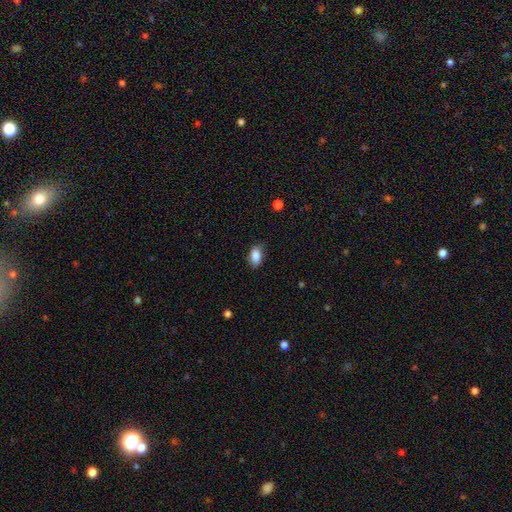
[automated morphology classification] Overall: smooth (86%). How rounded: in between (89%). Merging: none (71%).